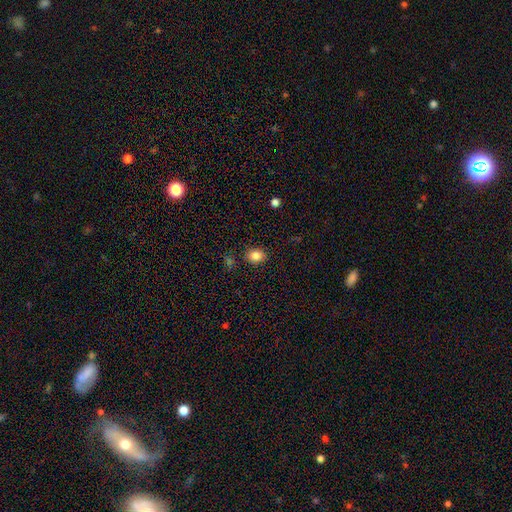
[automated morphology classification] Smooth or featured: smooth — 84% (star or artifact — 10%)
How rounded: in between — 55% (round — 44%)
Merging: none — 85% (minor disturbance — 9%)